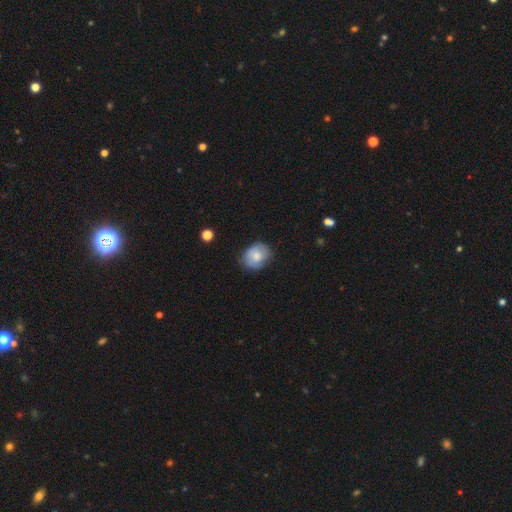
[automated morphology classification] smooth-or-featured: smooth: 74% | featured or disk: 19% | star or artifact: 7%
  how-rounded: round: 53% | in between: 46% | cigar-shaped: 1%
  merging: none: 69% | minor disturbance: 24% | major disturbance: 5% | merger: 1%